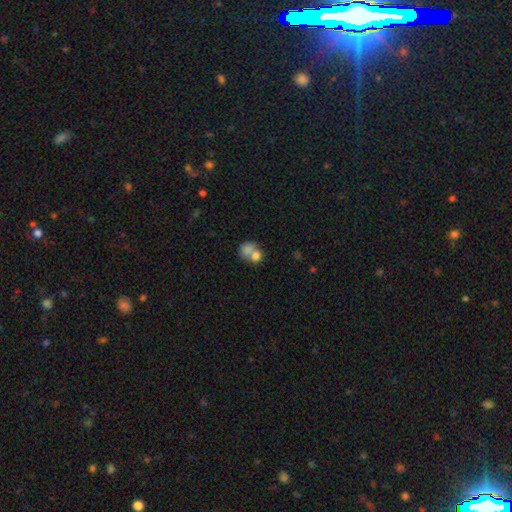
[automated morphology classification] smooth 50%, star or artifact 34%, featured or disk 16%. Down the decision tree: how rounded — round (62%); merging — none (49%).